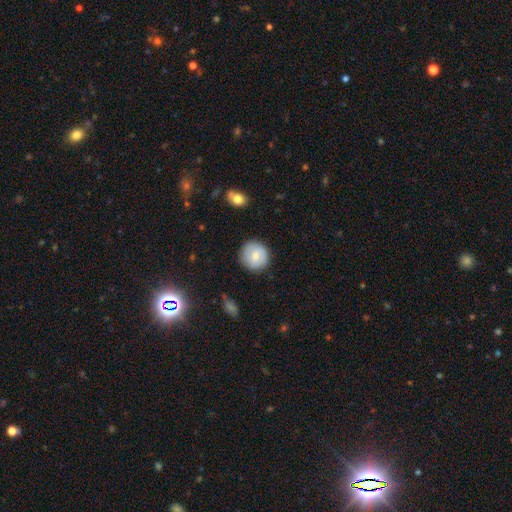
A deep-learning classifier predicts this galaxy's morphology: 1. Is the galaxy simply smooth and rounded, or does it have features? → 77% smooth, 16% featured or disk, 7% star or artifact.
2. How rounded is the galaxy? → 93% round, 6% in between, 1% cigar-shaped.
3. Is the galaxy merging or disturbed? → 86% none, 10% minor disturbance, 2% major disturbance, 1% merger.